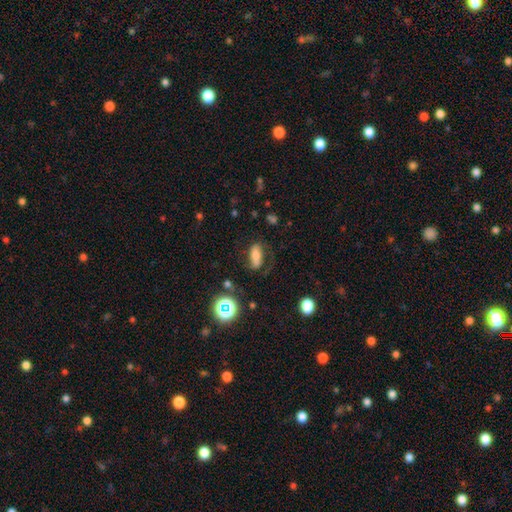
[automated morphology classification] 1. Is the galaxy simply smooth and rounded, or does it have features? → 53% smooth, 33% featured or disk, 14% star or artifact.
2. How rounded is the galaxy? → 75% in between, 19% cigar-shaped, 6% round.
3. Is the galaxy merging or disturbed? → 60% none, 20% minor disturbance, 17% major disturbance, 3% merger.